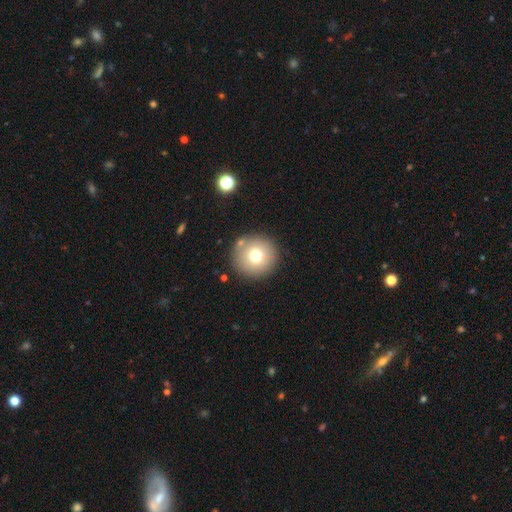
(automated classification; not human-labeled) Overall: smooth (73%). How rounded: round (95%). Merging: none (86%).